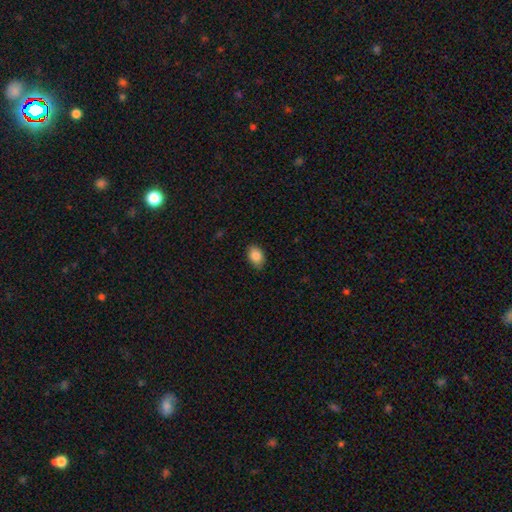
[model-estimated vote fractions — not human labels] smooth 87%, star or artifact 8%, featured or disk 6%. Down the decision tree: how rounded — in between (83%); merging — none (84%).